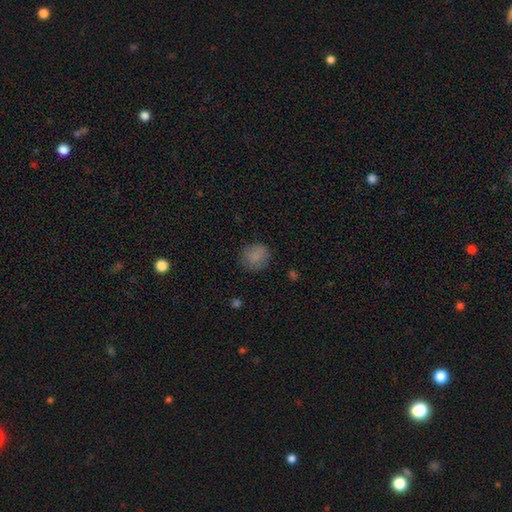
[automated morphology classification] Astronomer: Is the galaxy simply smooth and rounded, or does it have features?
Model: smooth — 83%.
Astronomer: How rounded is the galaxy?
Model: round — 83%.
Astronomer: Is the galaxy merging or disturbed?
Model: none — 82%.